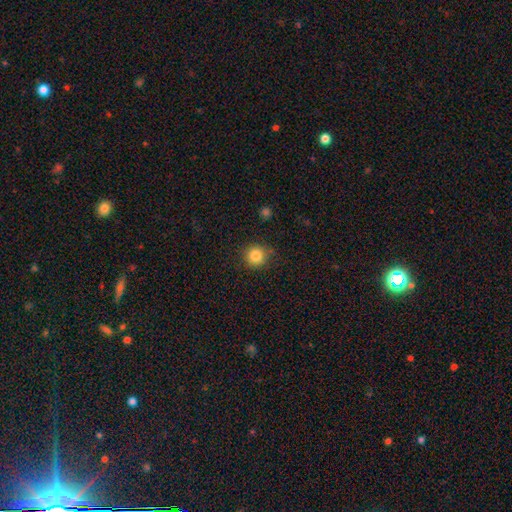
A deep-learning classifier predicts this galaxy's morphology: smooth_or_featured: smooth (p=0.84) [alt: star or artifact p=0.11]
how_rounded: round (p=0.94) [alt: in between p=0.05]
merging: none (p=0.86) [alt: minor disturbance p=0.10]